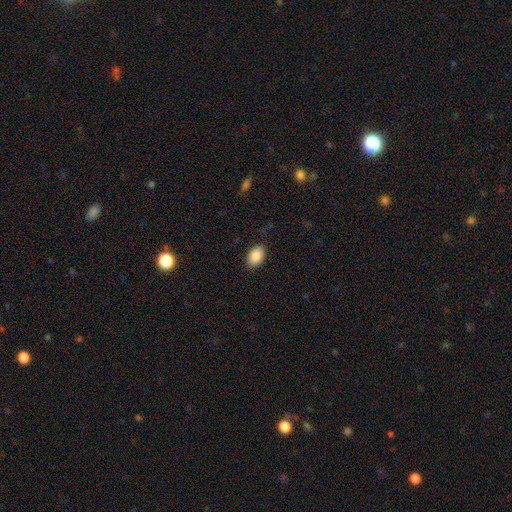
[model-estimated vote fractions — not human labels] The model was most divided on "merging": none: 87%, minor disturbance: 9%, major disturbance: 2%, merger: 1%. More confident: smooth or featured — smooth (89%); how rounded — in between (89%).